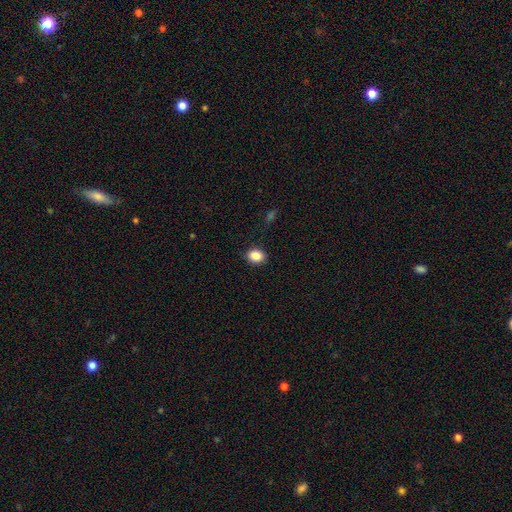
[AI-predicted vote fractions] A smooth galaxy with no disk features (88%) that is in between round and cigar-shaped (54%).

Vote fractions:
- Smooth or featured? smooth: 88% / star or artifact: 9% / featured or disk: 3%
- How rounded? in between: 54% / round: 45% / cigar-shaped: 1%
- Merging? none: 88% / minor disturbance: 8% / major disturbance: 2% / merger: 1%